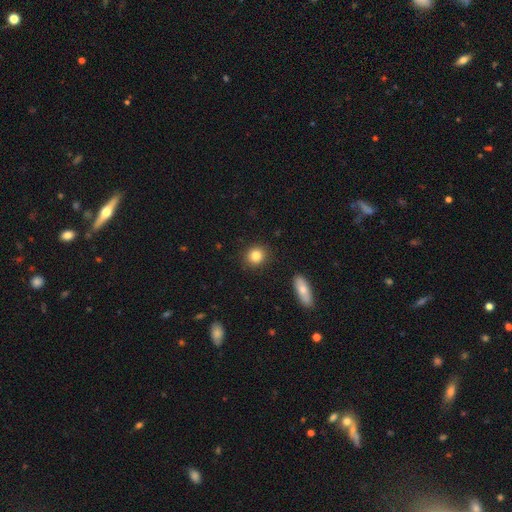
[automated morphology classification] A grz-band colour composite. It shows a smooth galaxy with no disk features (84%) that is round (82%). Merging: none (90%).